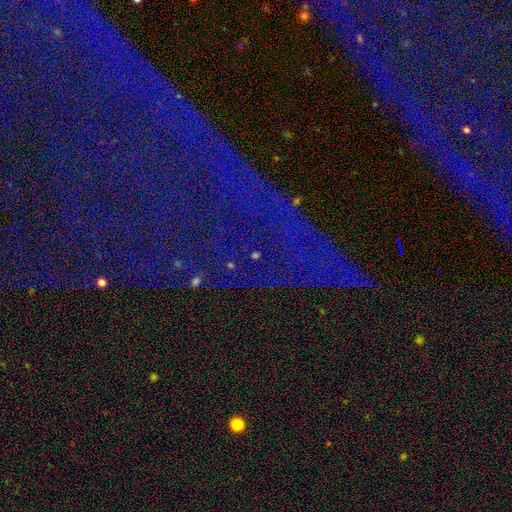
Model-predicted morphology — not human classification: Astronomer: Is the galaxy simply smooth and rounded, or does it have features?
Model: star or artifact — 78%.